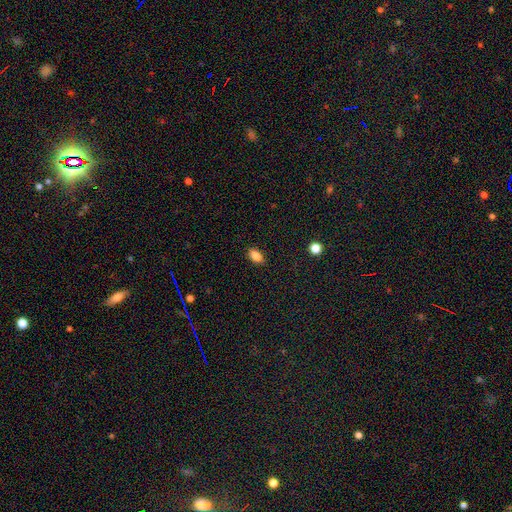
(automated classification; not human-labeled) This appears to be a smooth galaxy with no disk features (86%) that is in between round and cigar-shaped (90%). Merging: none (89%).